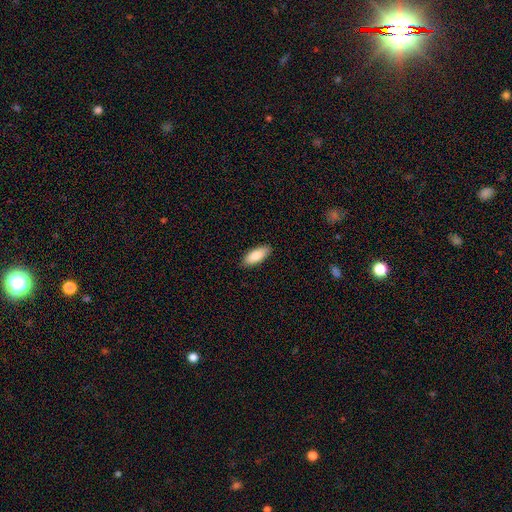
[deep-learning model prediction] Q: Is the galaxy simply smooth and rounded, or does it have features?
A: smooth — 86%.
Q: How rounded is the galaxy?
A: in between — 80%.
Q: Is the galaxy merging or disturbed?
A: none — 88%.